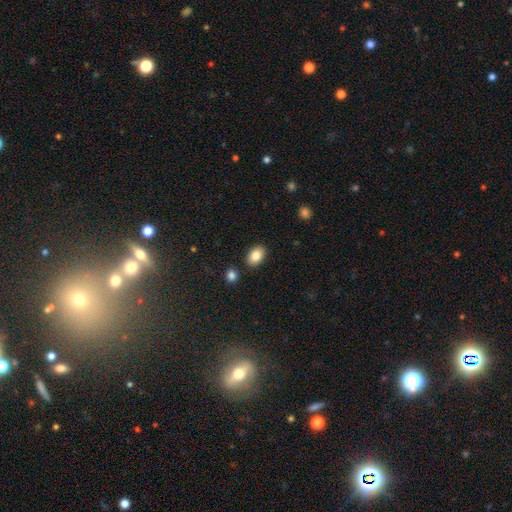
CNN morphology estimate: The model was most divided on "how rounded": in between: 88%, round: 11%, cigar-shaped: 1%. More confident: smooth or featured — smooth (86%); merging — none (86%).